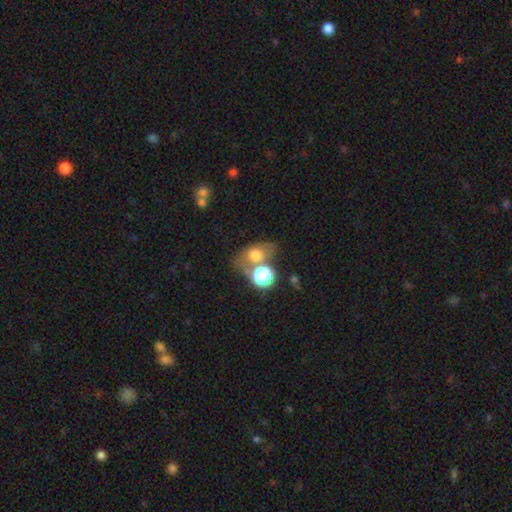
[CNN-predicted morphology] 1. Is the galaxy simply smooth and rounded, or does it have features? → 63% smooth, 22% featured or disk, 14% star or artifact.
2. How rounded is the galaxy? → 60% in between, 37% round, 3% cigar-shaped.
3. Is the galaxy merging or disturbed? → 46% none, 30% merger, 15% minor disturbance, 9% major disturbance.